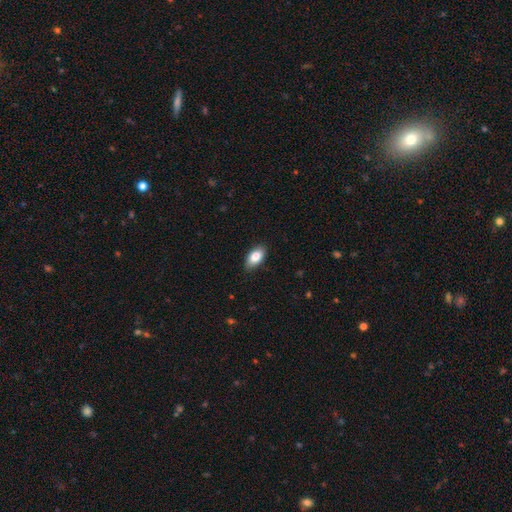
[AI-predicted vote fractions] smooth-or-featured: smooth: 84% | featured or disk: 9% | star or artifact: 7%
  how-rounded: in between: 92% | round: 5% | cigar-shaped: 3%
  merging: none: 85% | minor disturbance: 12% | major disturbance: 2% | merger: 1%